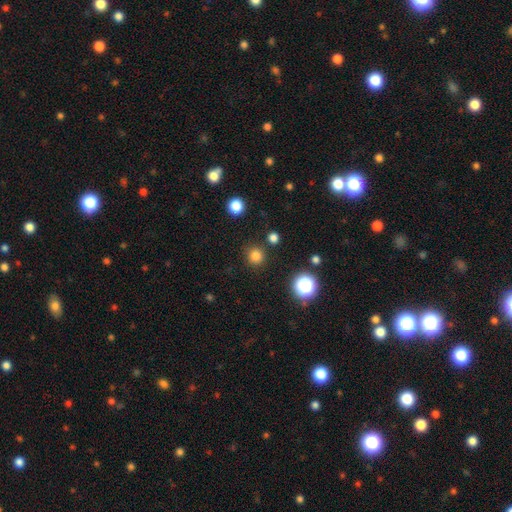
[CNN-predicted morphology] A smooth galaxy with no disk features (80%) that is round (94%).

Vote fractions:
- Smooth or featured? smooth: 80% / star or artifact: 16% / featured or disk: 4%
- How rounded? round: 94% / in between: 5% / cigar-shaped: 1%
- Merging? none: 88% / minor disturbance: 6% / merger: 3% / major disturbance: 3%